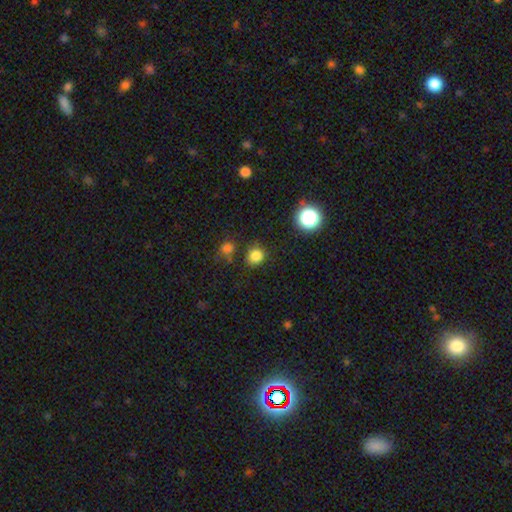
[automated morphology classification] smooth-or-featured: smooth: 81% | star or artifact: 15% | featured or disk: 4%
  how-rounded: round: 83% | in between: 16% | cigar-shaped: 1%
  merging: none: 81% | minor disturbance: 11% | merger: 5% | major disturbance: 3%